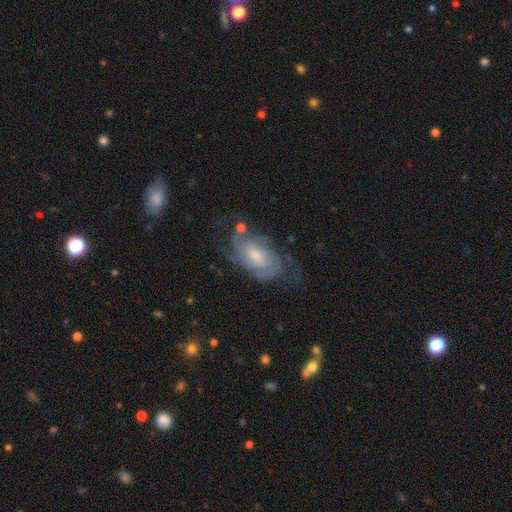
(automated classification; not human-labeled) A featured or disk galaxy (81%) with no bar (60%), 2 (35%, tied with can't tell) tight (54%) spiral arms (93%) and a moderate central bulge (49%). Merging: none (60%).